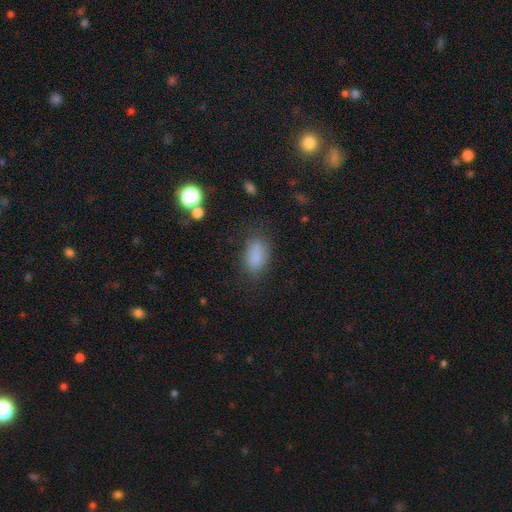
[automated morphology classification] The model was most divided on "merging": none: 74%, minor disturbance: 17%, major disturbance: 7%, merger: 2%. More confident: how rounded — in between (89%); smooth or featured — smooth (83%).